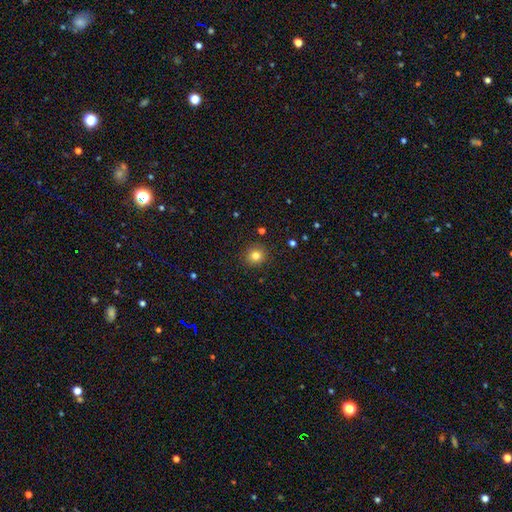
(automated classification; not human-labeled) This is clearly a smooth galaxy (82%). How rounded: clearly round (88%). Merging: clearly none (90%).